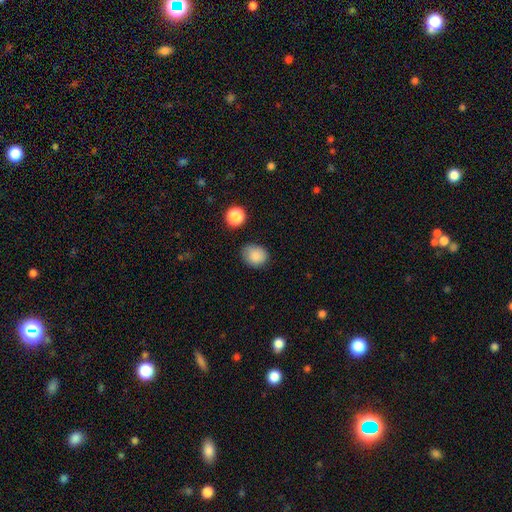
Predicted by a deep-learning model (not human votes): Q: Smooth or featured?
A: smooth (87%); runner-up: star or artifact (9%)
Q: How rounded?
A: round (64%); runner-up: in between (35%)
Q: Merging?
A: none (77%); runner-up: minor disturbance (17%)